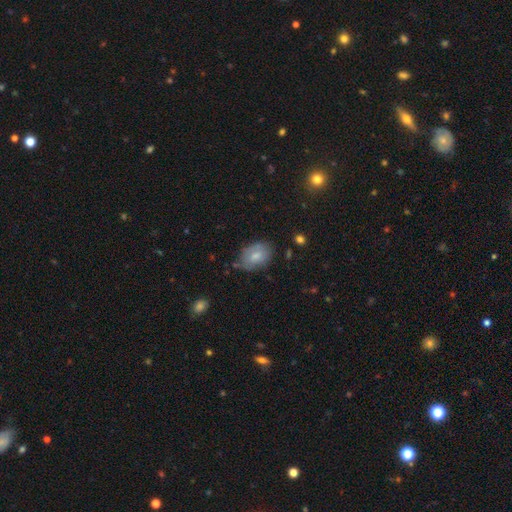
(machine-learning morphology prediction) Overall: smooth (74%). How rounded: in between (83%). Merging: none (66%).